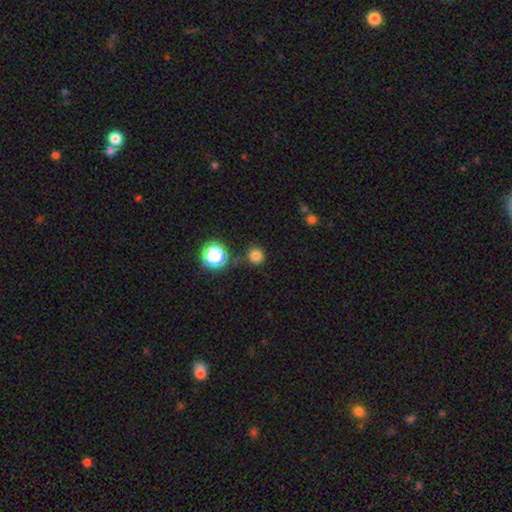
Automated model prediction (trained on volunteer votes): Morphology: type=smooth (78%); roundness=round (94%); merging=none (82%).